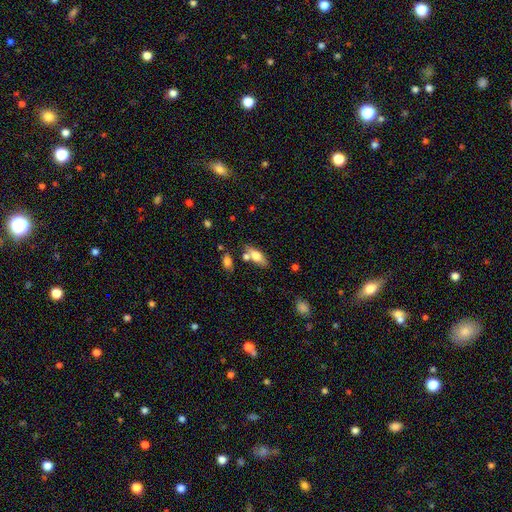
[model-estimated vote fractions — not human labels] This is likely a smooth galaxy (71%). How rounded: likely in between (78%). Merging: likely none (61%).